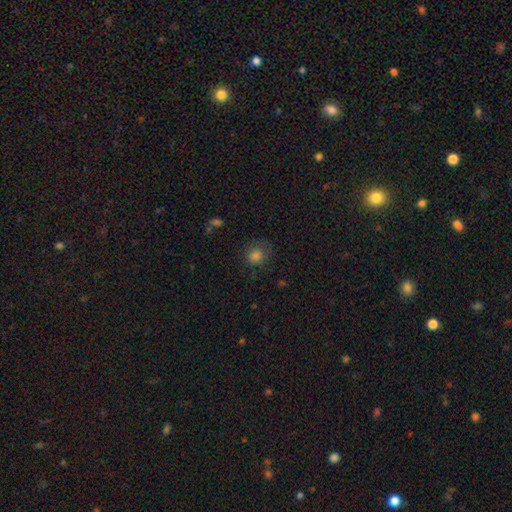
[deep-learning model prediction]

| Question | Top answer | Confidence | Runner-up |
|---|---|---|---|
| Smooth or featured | smooth | 78% | star or artifact (15%) |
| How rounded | round | 83% | in between (16%) |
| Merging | none | 68% | minor disturbance (20%) |